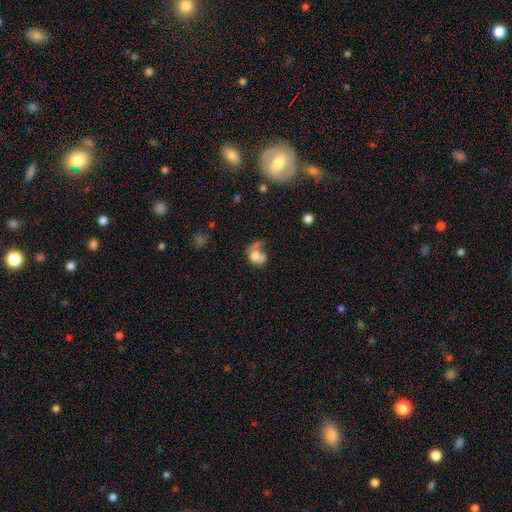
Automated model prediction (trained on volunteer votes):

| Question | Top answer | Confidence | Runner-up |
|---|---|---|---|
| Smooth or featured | smooth | 68% | featured or disk (22%) |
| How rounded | round | 52% | in between (47%) |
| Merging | merger | 42% | none (23%) |